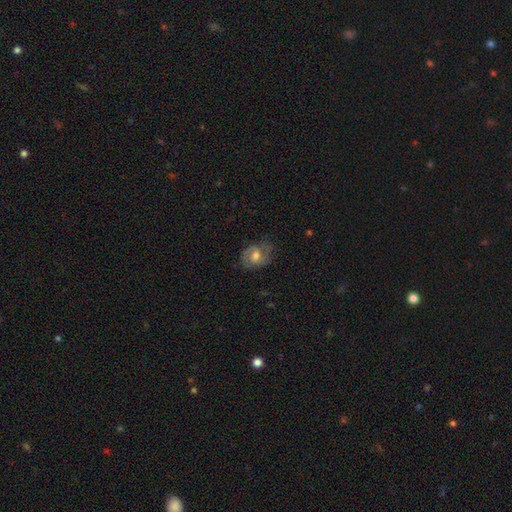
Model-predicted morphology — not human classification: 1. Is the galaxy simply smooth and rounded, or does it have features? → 48% featured or disk, 44% smooth, 8% star or artifact.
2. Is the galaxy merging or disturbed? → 57% none, 26% minor disturbance, 15% major disturbance, 1% merger.